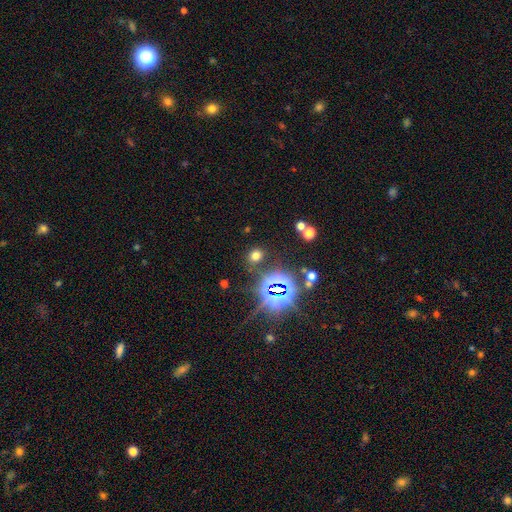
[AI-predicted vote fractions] This is possibly a smooth galaxy (58%). How rounded: likely round (65%). Merging: clearly none (83%).